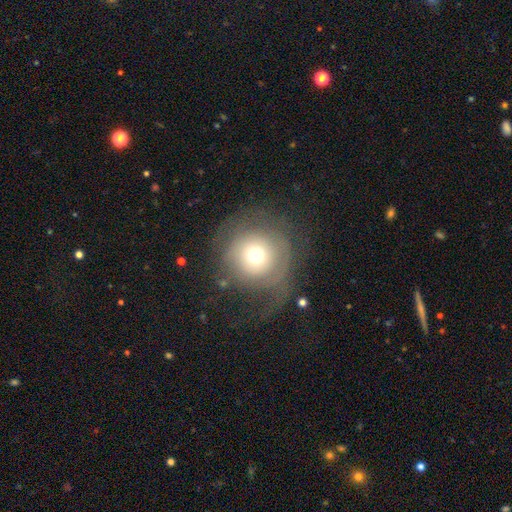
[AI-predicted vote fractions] Smooth or featured?
  - smooth: 56% *
  - featured or disk: 32%
  - star or artifact: 12%
How rounded?
  - round: 94% *
  - in between: 5%
  - cigar-shaped: 1%
Merging?
  - none: 53% *
  - major disturbance: 27%
  - minor disturbance: 17%
  - merger: 2%